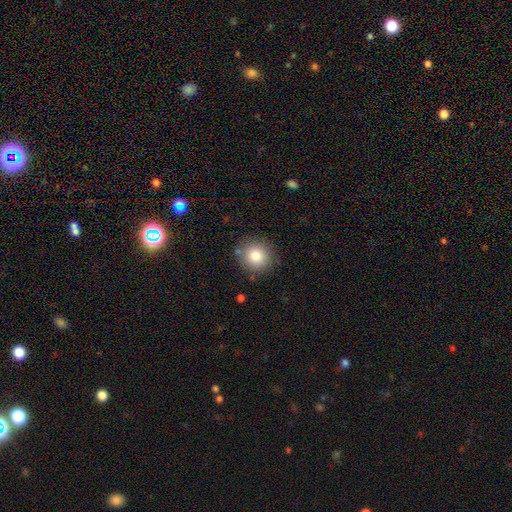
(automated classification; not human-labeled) Smooth or featured? Predicted: smooth (p=0.81). How rounded? Predicted: round (p=0.91). Merging? Predicted: none (p=0.85).